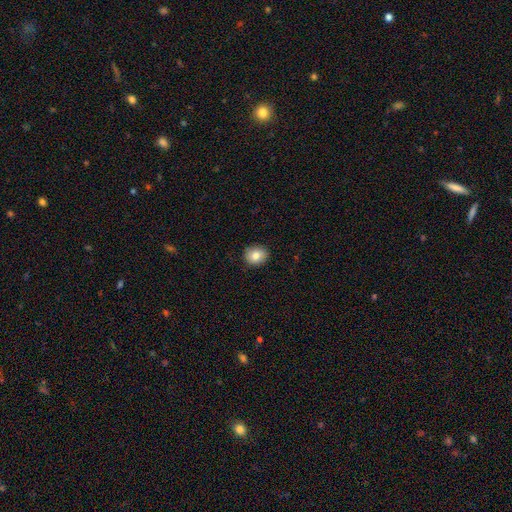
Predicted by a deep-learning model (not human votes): Overall: smooth (81%). How rounded: round (66%; in between 33%). Merging: none (88%).